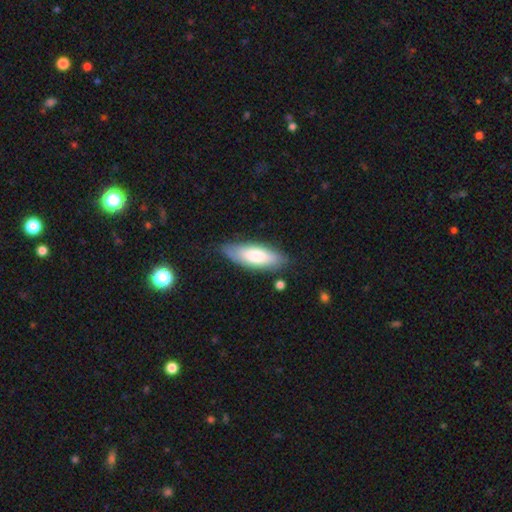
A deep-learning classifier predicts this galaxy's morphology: This appears to be a smooth galaxy with no disk features (74%) that is in between round and cigar-shaped (63%). Merging: none (80%).